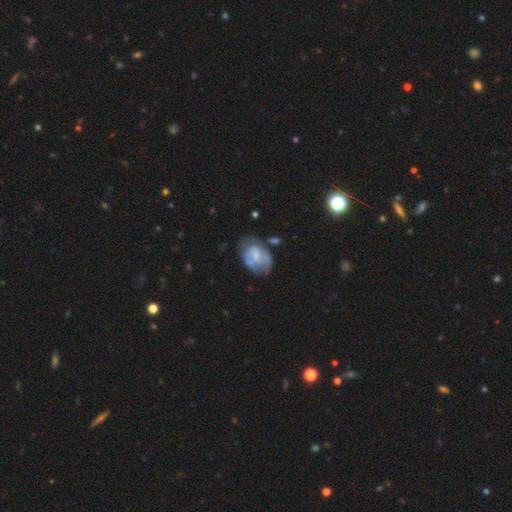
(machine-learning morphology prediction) Smooth or featured? smooth (47%)
Merging? none (44%)